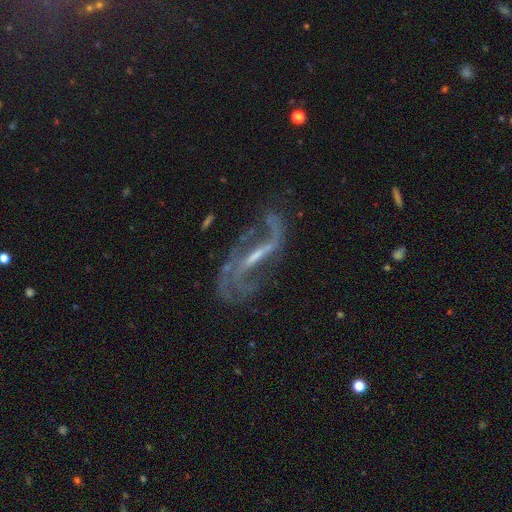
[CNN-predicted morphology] A featured or disk galaxy (86%) with a strong bar (59%), 2 (79%) loose (65%) spiral arms (91%) and a small central bulge (41%).

Vote fractions:
- Smooth or featured? featured or disk: 86% / star or artifact: 7% / smooth: 6%
- Edge-on disk? no: 88% / yes: 12%
- Bar? strong: 59% / weak: 31% / no: 11%
- Spiral arms? yes: 91% / no: 9%
- Spiral winding? loose: 65% / medium: 27% / tight: 8%
- Spiral arm count? 2: 79% / can't tell: 7% / 1: 6% / 3: 4% / 4: 2% / more than 4: 2%
- Bulge size? small: 41% / moderate: 27% / none: 26% / large: 4% / dominant: 1%
- Merging? none: 50% / major disturbance: 28% / minor disturbance: 18% / merger: 5%